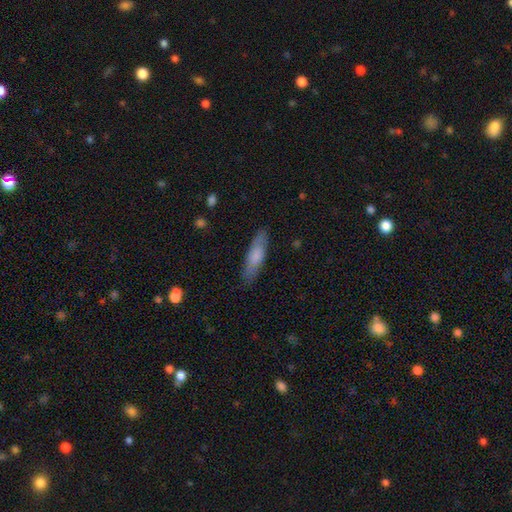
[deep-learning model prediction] smooth-or-featured: smooth: 73% | featured or disk: 21% | star or artifact: 6%
  how-rounded: cigar-shaped: 64% | in between: 34% | round: 2%
  merging: none: 80% | minor disturbance: 14% | major disturbance: 4% | merger: 1%